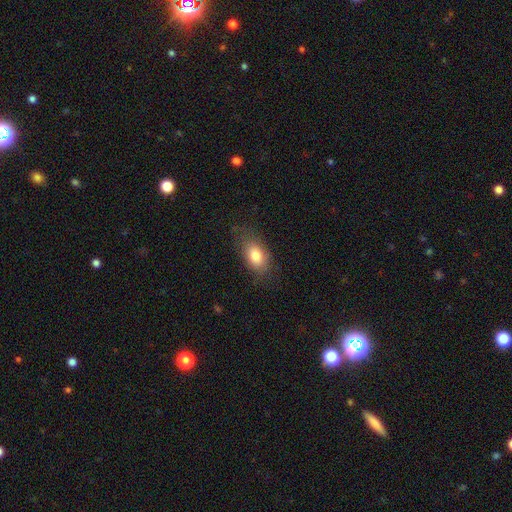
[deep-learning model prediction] smooth-or-featured: smooth: 80% | featured or disk: 12% | star or artifact: 8%
  how-rounded: in between: 87% | round: 11% | cigar-shaped: 2%
  merging: none: 71% | minor disturbance: 20% | major disturbance: 7% | merger: 1%